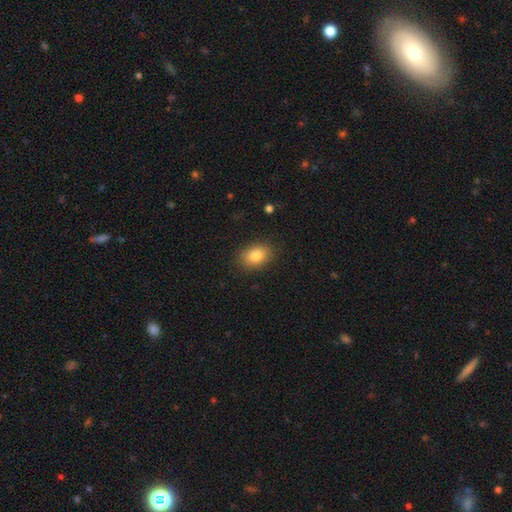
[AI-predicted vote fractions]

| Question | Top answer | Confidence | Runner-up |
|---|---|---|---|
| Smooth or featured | smooth | 84% | star or artifact (8%) |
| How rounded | in between | 79% | round (20%) |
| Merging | none | 86% | minor disturbance (10%) |